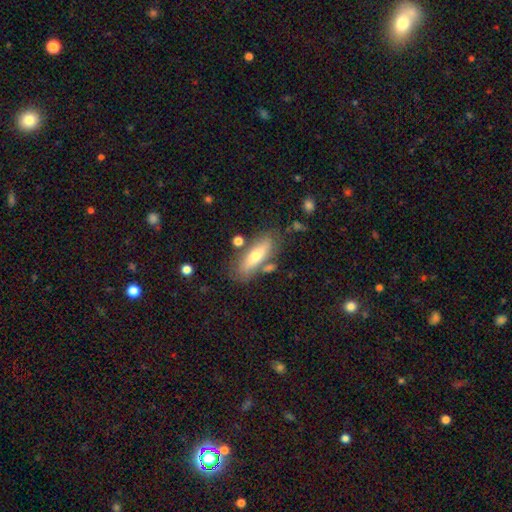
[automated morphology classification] Overall: smooth (59%; featured or disk 34%). How rounded: in between (49%; cigar-shaped 48%). Merging: none (72%).